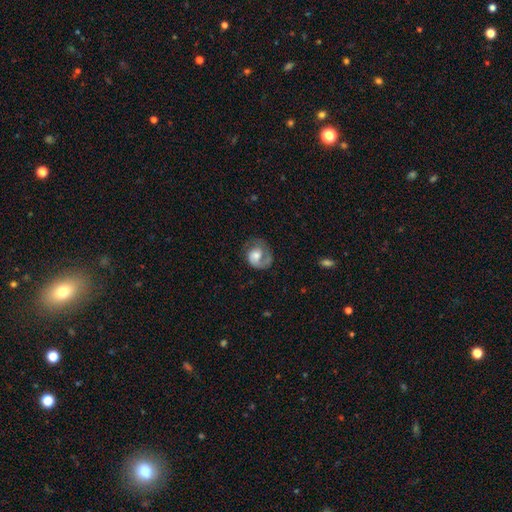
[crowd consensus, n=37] featured or disk 76%, smooth 22%, star or artifact 3%. Down the decision tree: edge-on disk — no (96%); bar — no (78%); spiral arms — yes (93%); spiral arm count — 1 (92%); spiral winding — tight (56%); bulge size — moderate (63%); merging — none (44%).